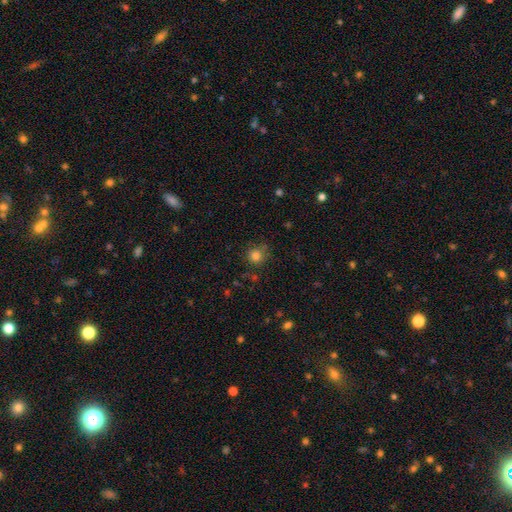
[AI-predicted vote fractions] This appears to be a smooth galaxy with no disk features (81%) that is round (92%). Merging: none (78%).